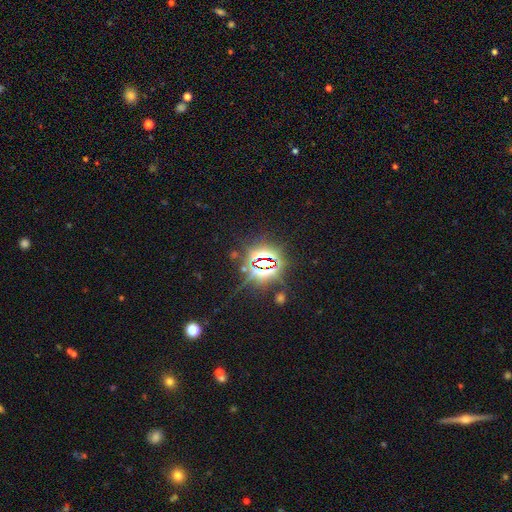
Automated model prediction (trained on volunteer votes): Smooth or featured?
  - star or artifact: 82% *
  - smooth: 11%
  - featured or disk: 7%